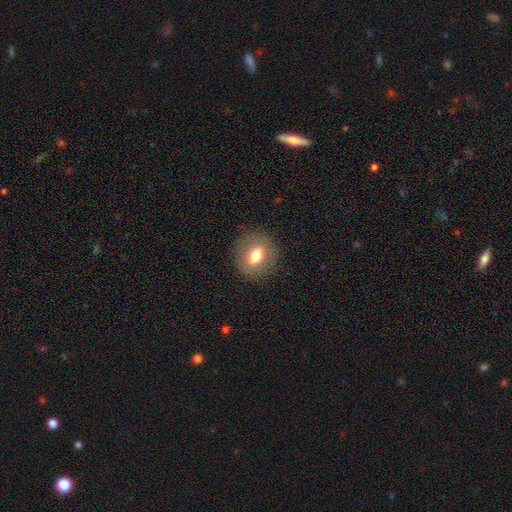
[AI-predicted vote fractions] Morphology: type=smooth (71%); roundness=round (59%); merging=none (87%).